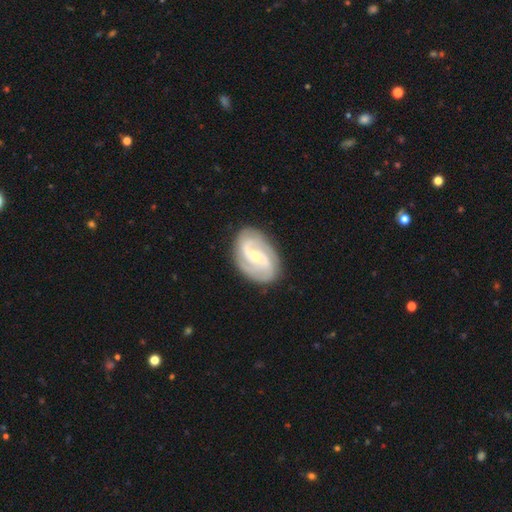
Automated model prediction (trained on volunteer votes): A featured or disk galaxy (87%) with a weak bar (45%), 2 (59%) medium (44%) spiral arms (97%) and a small central bulge (57%). Merging: none (83%).